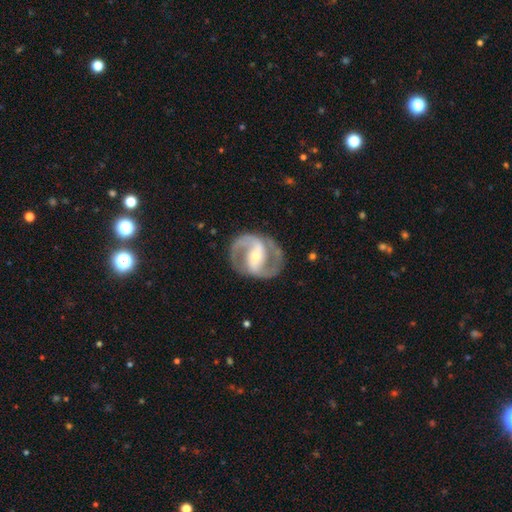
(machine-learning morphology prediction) type=featured or disk (90%); edge-on=no (97%); bar=strong (49%); spiral arms=yes (95%); winding=medium (58%); arm count=2 (93%); bulge=small (55%); merging=none (83%).